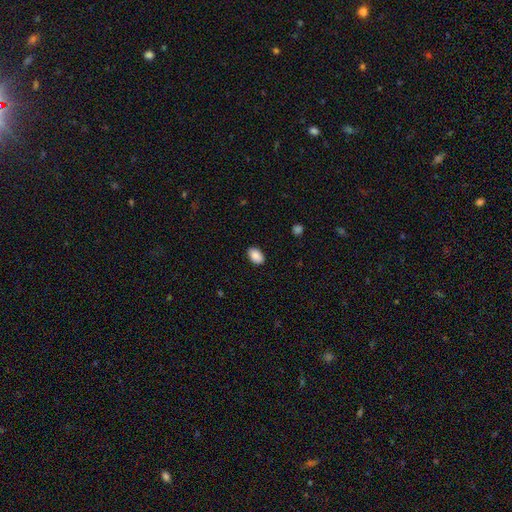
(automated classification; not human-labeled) smooth_or_featured: smooth (p=0.89) [alt: star or artifact p=0.07]
how_rounded: in between (p=0.90) [alt: round p=0.09]
merging: none (p=0.88) [alt: minor disturbance p=0.09]